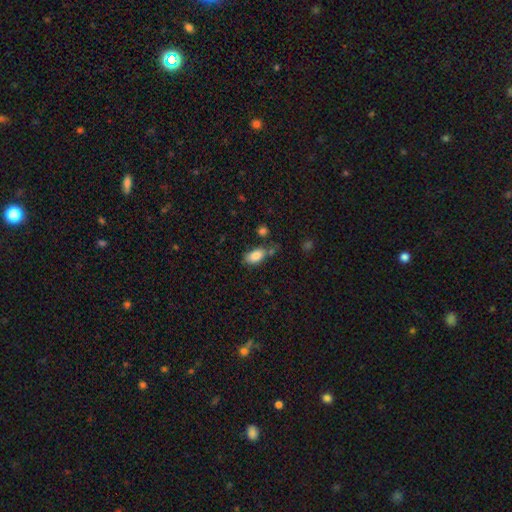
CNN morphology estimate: The model was most divided on "merging": none: 59%, minor disturbance: 23%, merger: 11%, major disturbance: 7%. More confident: how rounded — in between (91%); smooth or featured — smooth (85%).